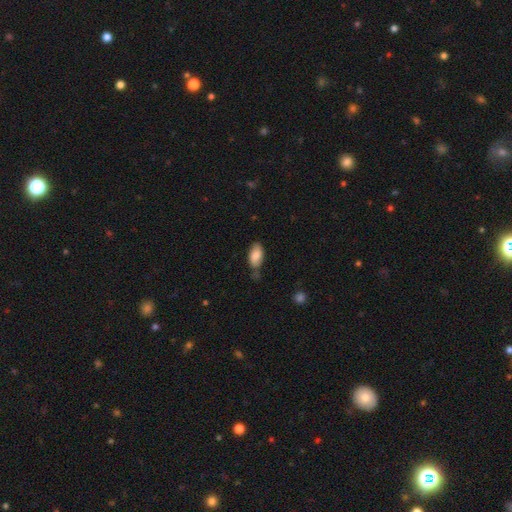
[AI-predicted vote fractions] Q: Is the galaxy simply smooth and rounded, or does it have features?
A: smooth — 83%.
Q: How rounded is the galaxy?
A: in between — 92%.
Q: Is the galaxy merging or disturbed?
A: none — 57%.